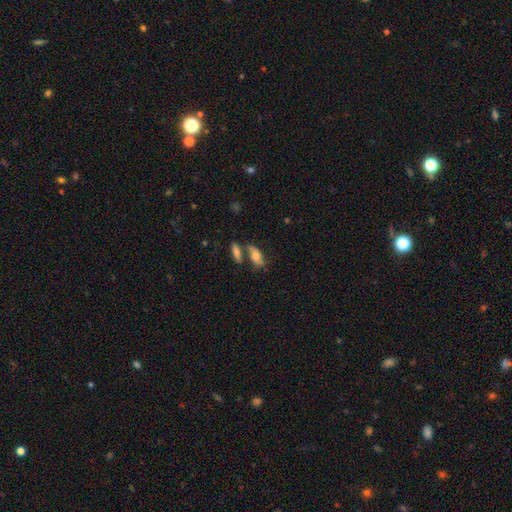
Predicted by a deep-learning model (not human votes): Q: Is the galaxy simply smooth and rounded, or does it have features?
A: smooth — 62%.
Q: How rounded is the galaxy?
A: in between — 73%.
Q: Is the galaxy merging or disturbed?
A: none — 54%.